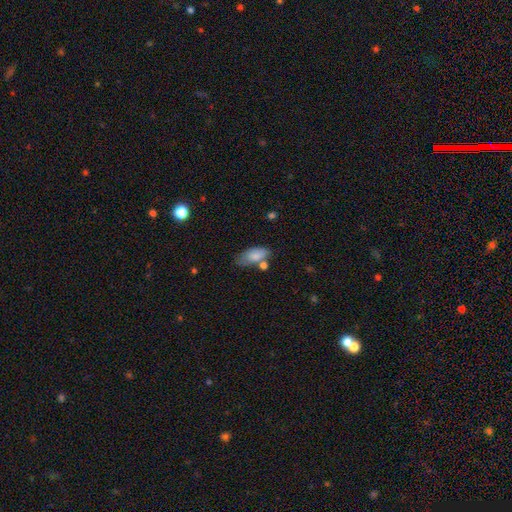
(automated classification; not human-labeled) Q: Smooth or featured?
A: smooth (81%); runner-up: featured or disk (11%)
Q: How rounded?
A: in between (89%); runner-up: cigar-shaped (7%)
Q: Merging?
A: none (50%); runner-up: minor disturbance (26%)